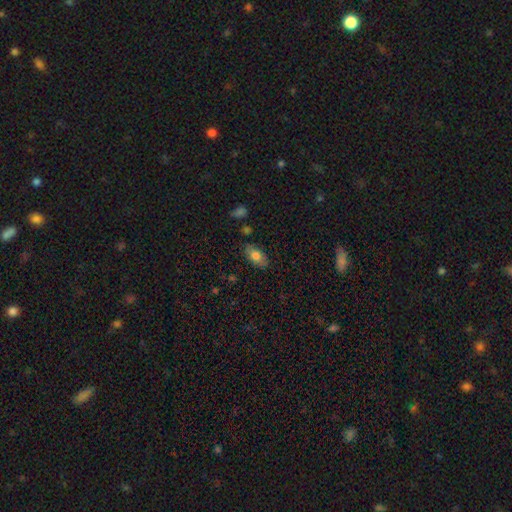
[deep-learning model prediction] Smooth or featured? smooth (76%)
How rounded? in between (91%)
Merging? none (82%)